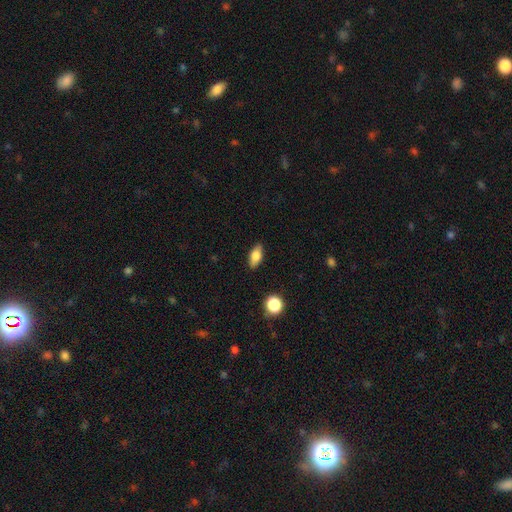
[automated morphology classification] smooth-or-featured: smooth: 76% | featured or disk: 16% | star or artifact: 8%
  how-rounded: in between: 84% | cigar-shaped: 11% | round: 5%
  merging: none: 87% | minor disturbance: 10% | major disturbance: 2% | merger: 1%